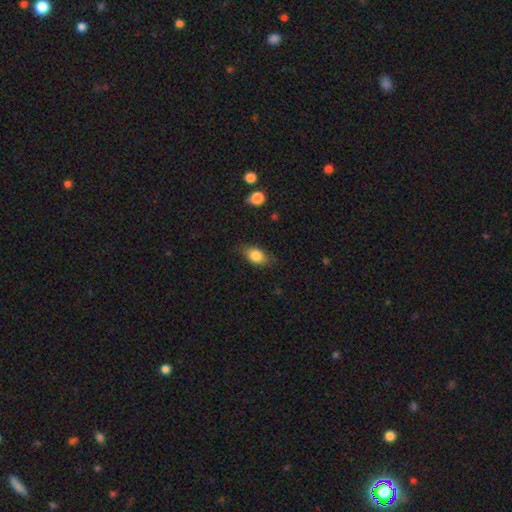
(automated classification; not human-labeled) smooth-or-featured: smooth: 80% | featured or disk: 12% | star or artifact: 8%
  how-rounded: in between: 82% | round: 12% | cigar-shaped: 6%
  merging: none: 75% | minor disturbance: 19% | major disturbance: 4% | merger: 1%